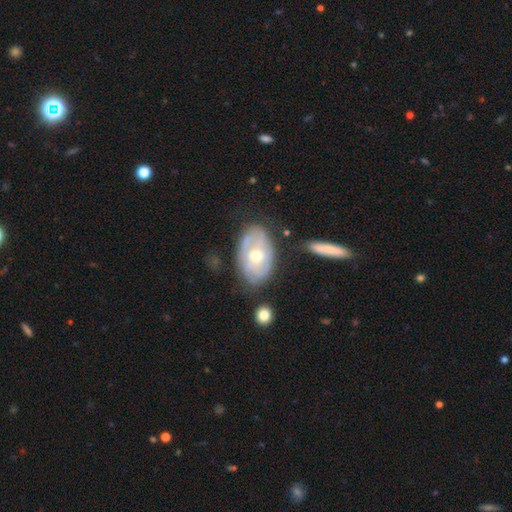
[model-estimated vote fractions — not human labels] Smooth or featured: featured or disk — 65% (smooth — 29%)
Edge-on disk: no — 92% (yes — 8%)
Bar: no — 72% (weak — 22%)
Spiral arms: yes — 60% (no — 40%)
Bulge size: moderate — 74% (small — 18%)
Merging: none — 66% (minor disturbance — 22%)